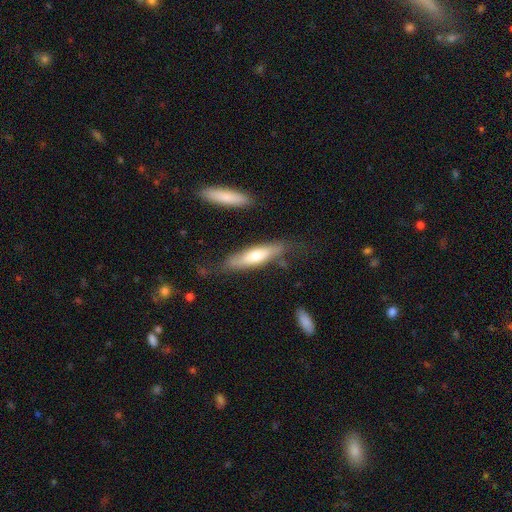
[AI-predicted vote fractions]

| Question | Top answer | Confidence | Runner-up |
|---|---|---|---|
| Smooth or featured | smooth | 57% | featured or disk (37%) |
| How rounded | cigar-shaped | 69% | in between (29%) |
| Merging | none | 66% | minor disturbance (22%) |